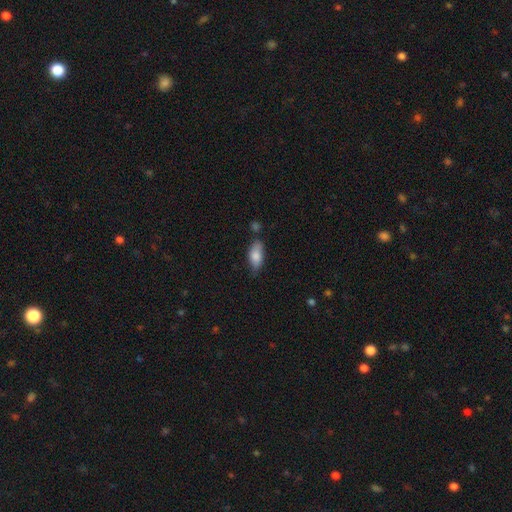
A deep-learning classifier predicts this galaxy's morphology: smooth 78%, featured or disk 15%, star or artifact 7%. Down the decision tree: how rounded — in between (83%); merging — none (62%).